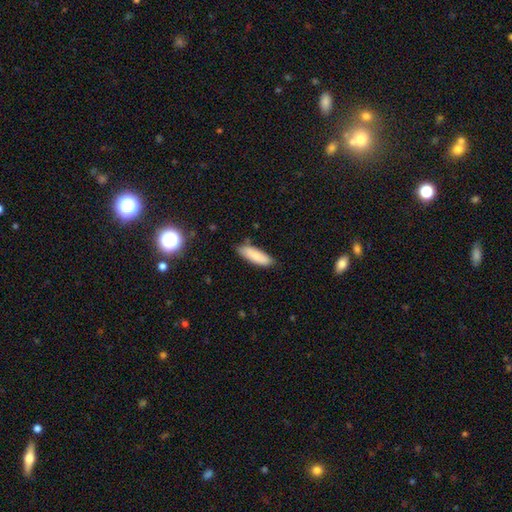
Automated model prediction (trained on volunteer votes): A smooth galaxy with no disk features (86%) that is in between round and cigar-shaped (54%). Merging: none (82%).